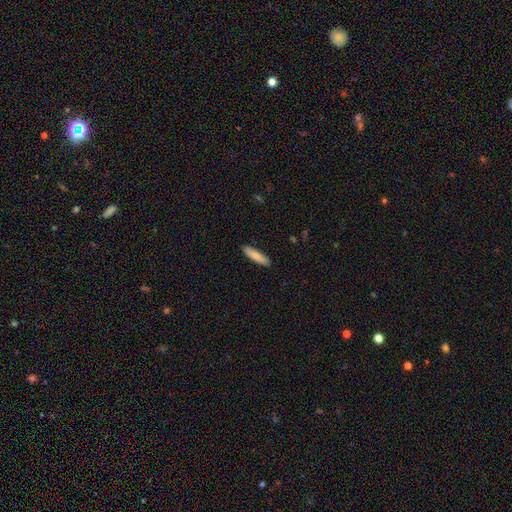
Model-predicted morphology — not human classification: The model was most divided on "how rounded": cigar-shaped: 75%, in between: 24%, round: 1%. More confident: merging — none (90%); smooth or featured — smooth (83%).